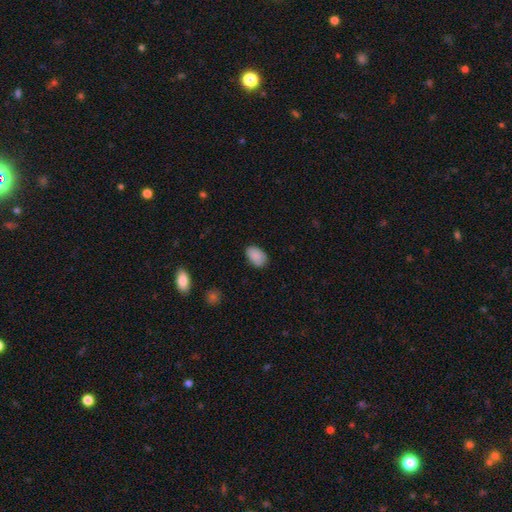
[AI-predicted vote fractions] A smooth galaxy with no disk features (88%) that is in between round and cigar-shaped (90%). Merging: none (81%).